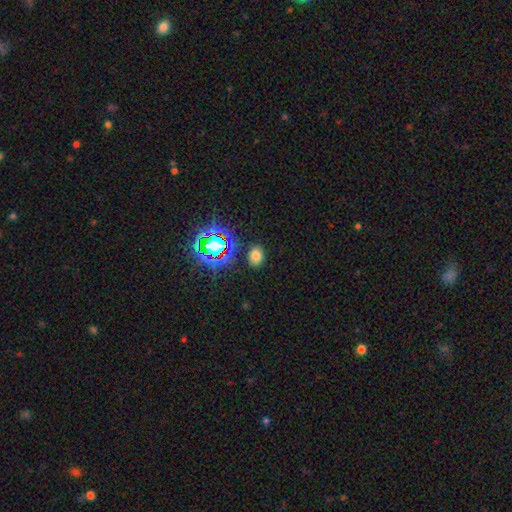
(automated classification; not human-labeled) smooth_or_featured: smooth (p=0.69) [alt: star or artifact p=0.24]
how_rounded: in between (p=0.64) [alt: round p=0.34]
merging: none (p=0.86) [alt: minor disturbance p=0.09]